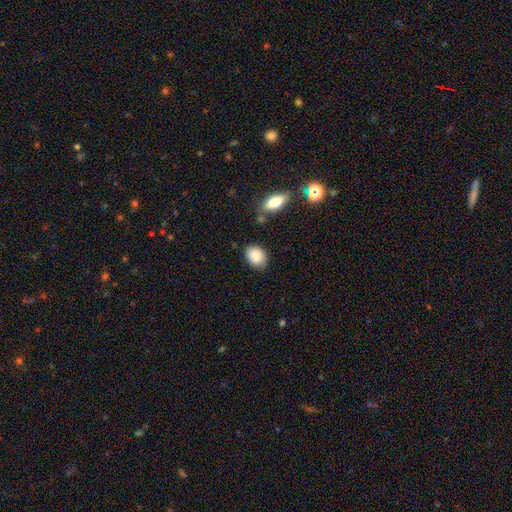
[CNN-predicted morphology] Smooth or featured? smooth (85%)
How rounded? in between (68%)
Merging? none (77%)